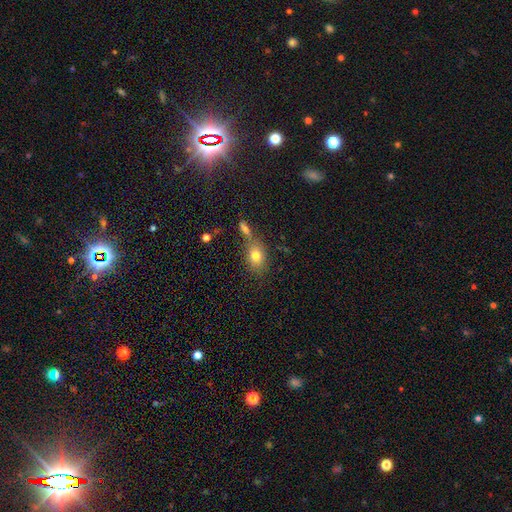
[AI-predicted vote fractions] Morphology: type=smooth (77%); roundness=in between (70%); merging=none (57%).